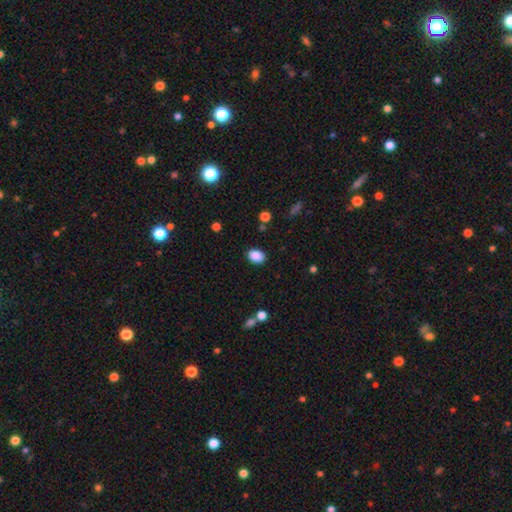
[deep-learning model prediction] smooth 88%, star or artifact 8%, featured or disk 3%. Down the decision tree: how rounded — in between (76%); merging — none (87%).